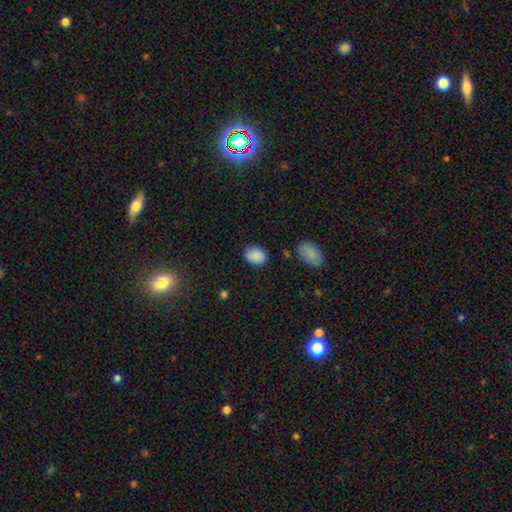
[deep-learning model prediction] A smooth galaxy with no disk features (88%) that is in between round and cigar-shaped (67%). Merging: none (78%).